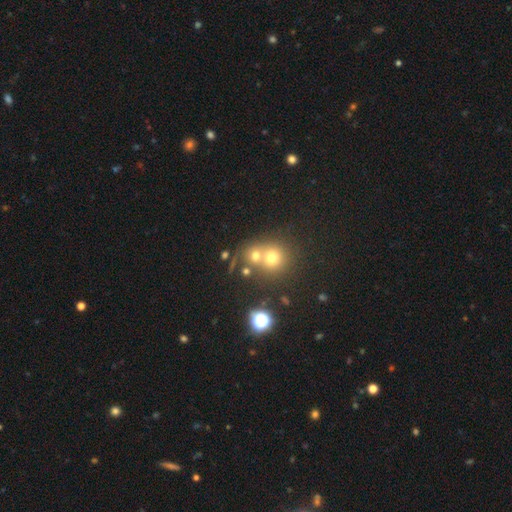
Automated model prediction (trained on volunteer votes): This is likely a smooth galaxy (68%). How rounded: clearly round (83%). Merging: possibly merger (49%).